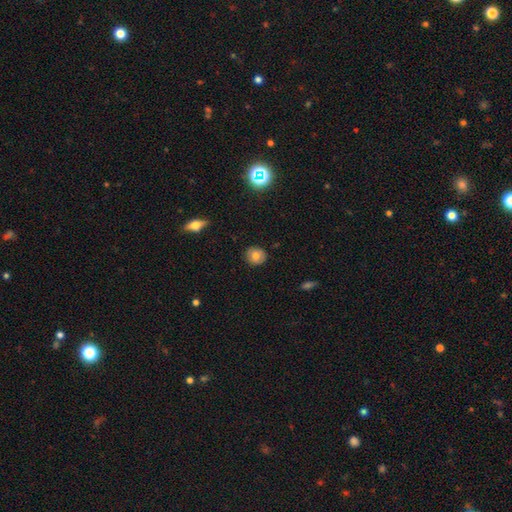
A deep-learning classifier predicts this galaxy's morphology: The model was most divided on "smooth or featured": smooth: 76%, featured or disk: 14%, star or artifact: 11%. More confident: merging — none (88%); how rounded — round (84%).